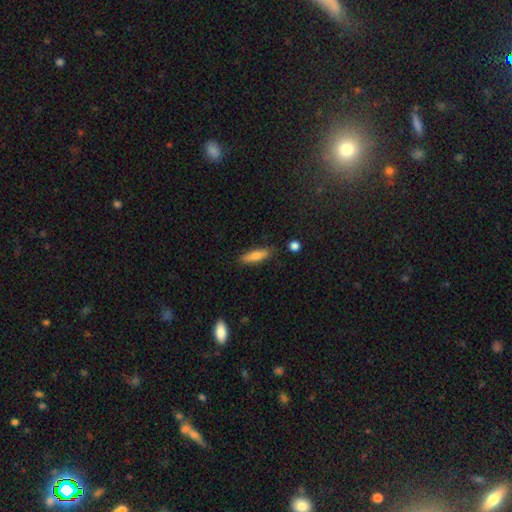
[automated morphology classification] type=smooth (74%); roundness=cigar-shaped (63%); merging=none (83%).